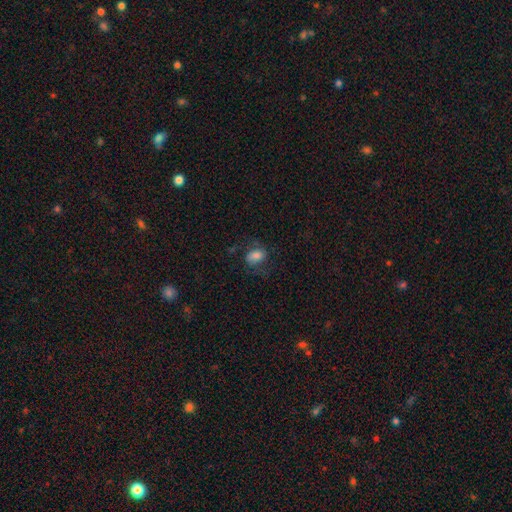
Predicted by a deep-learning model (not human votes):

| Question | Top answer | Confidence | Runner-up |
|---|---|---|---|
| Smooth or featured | smooth | 66% | featured or disk (24%) |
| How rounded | in between | 79% | round (19%) |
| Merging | none | 61% | minor disturbance (20%) |